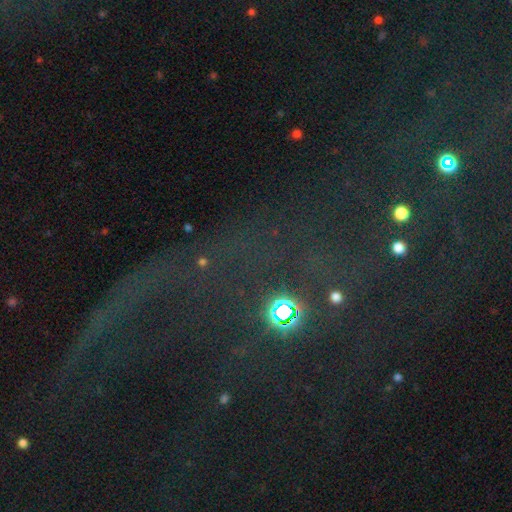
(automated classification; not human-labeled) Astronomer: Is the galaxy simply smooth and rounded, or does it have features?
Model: star or artifact — 71%.